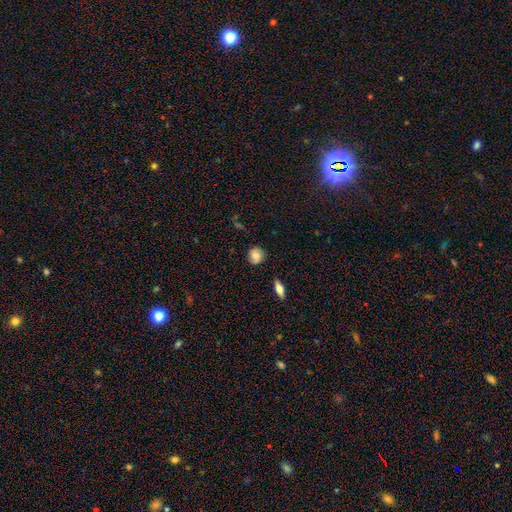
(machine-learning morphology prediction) type=smooth (72%); roundness=round (83%); merging=none (82%).